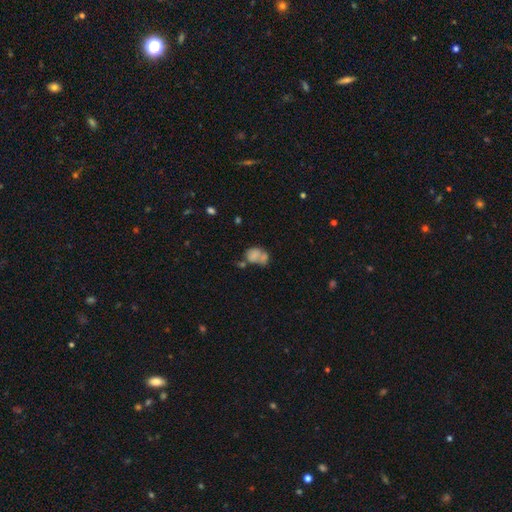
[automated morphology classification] smooth_or_featured: smooth (p=0.68) [alt: featured or disk p=0.21]
how_rounded: in between (p=0.68) [alt: round p=0.31]
merging: merger (p=0.46) [alt: none p=0.24]